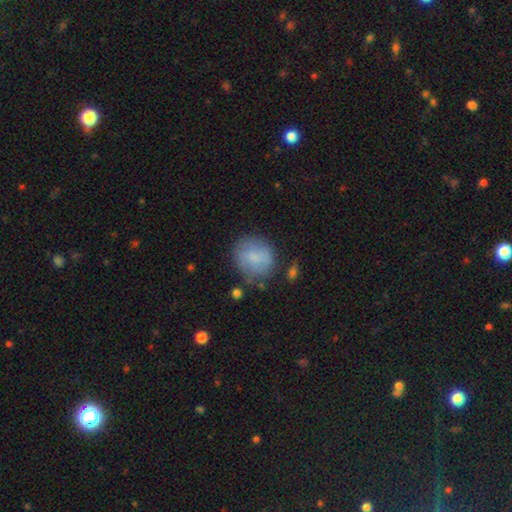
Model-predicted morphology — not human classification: smooth 72%, featured or disk 20%, star or artifact 8%. Down the decision tree: how rounded — round (77%); merging — none (65%).